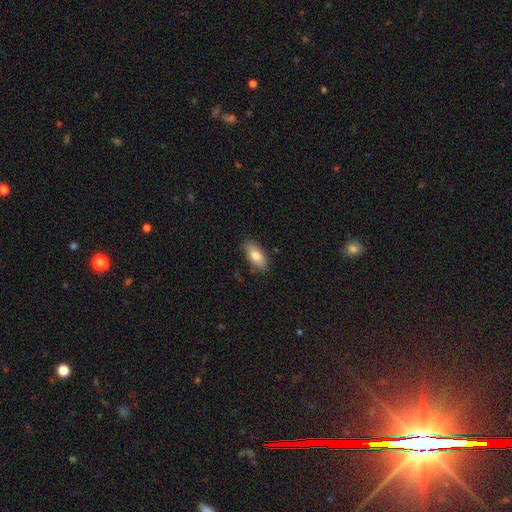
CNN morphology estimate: Q: Smooth or featured?
A: smooth (82%); runner-up: featured or disk (12%)
Q: How rounded?
A: in between (89%); runner-up: cigar-shaped (8%)
Q: Merging?
A: none (85%); runner-up: minor disturbance (11%)